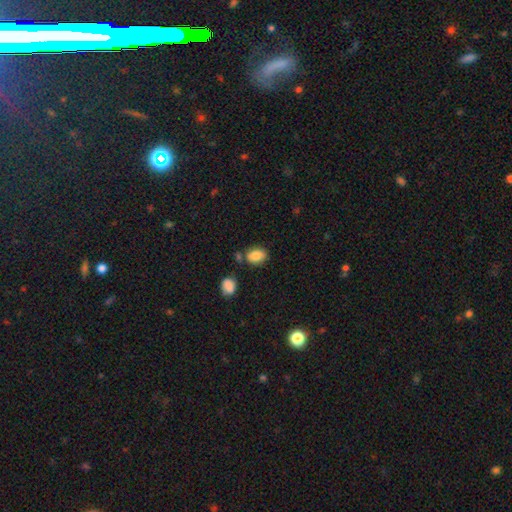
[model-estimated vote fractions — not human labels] Morphology: type=smooth (85%); roundness=in between (79%); merging=none (71%).